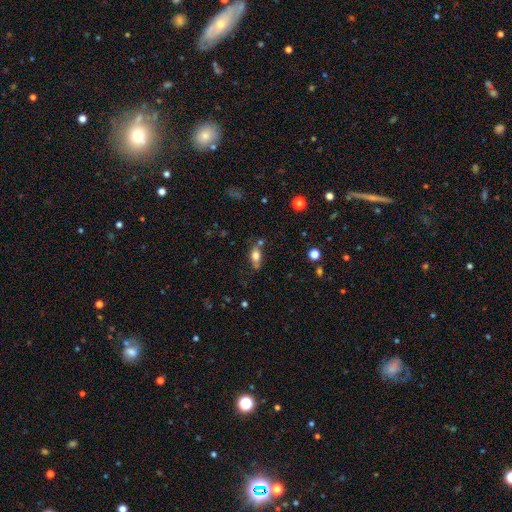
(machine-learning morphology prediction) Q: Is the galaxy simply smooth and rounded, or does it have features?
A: smooth — 73%.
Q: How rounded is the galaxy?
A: in between — 81%.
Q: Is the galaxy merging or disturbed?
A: none — 59%.